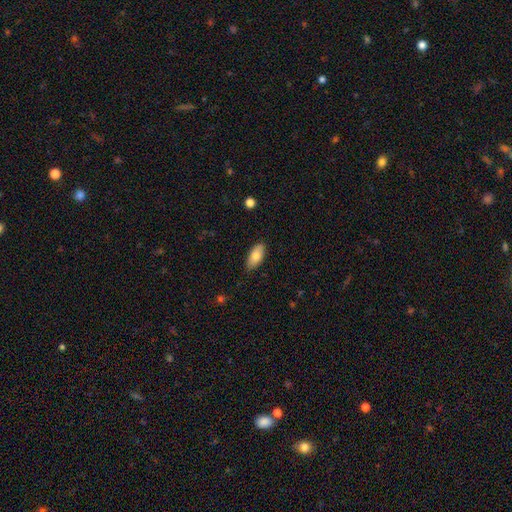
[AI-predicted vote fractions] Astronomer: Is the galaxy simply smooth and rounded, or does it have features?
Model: smooth — 78%.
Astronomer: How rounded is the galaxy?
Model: in between — 90%.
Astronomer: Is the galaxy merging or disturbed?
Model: none — 83%.